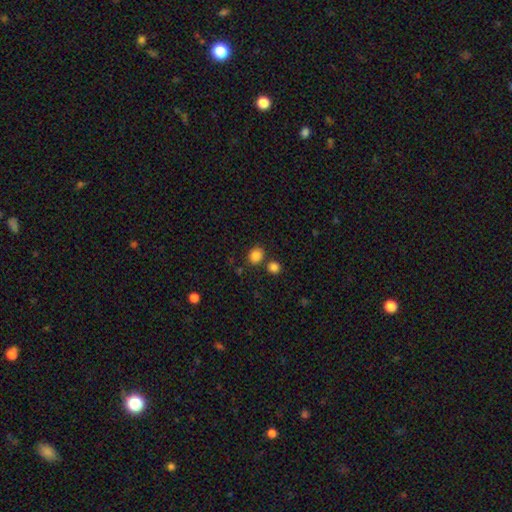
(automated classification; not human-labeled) This is clearly a smooth galaxy (85%). How rounded: likely round (61%). Merging: likely none (76%).